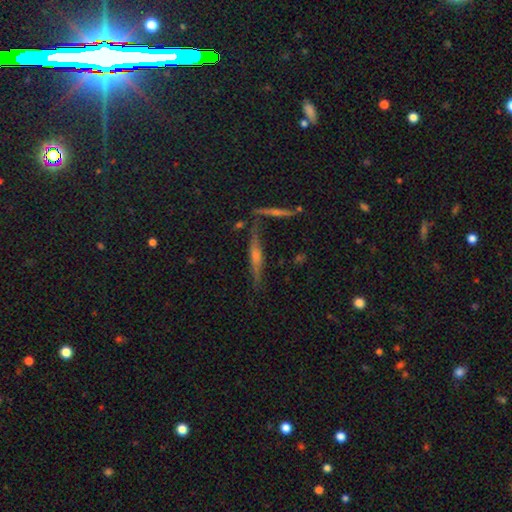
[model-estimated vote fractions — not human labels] smooth_or_featured: featured or disk (p=0.68) [alt: smooth p=0.20]
disk_edge_on: yes (p=0.95) [alt: no p=0.05]
edge_on_bulge: rounded (p=0.74) [alt: none p=0.16]
merging: none (p=0.78) [alt: minor disturbance p=0.11]